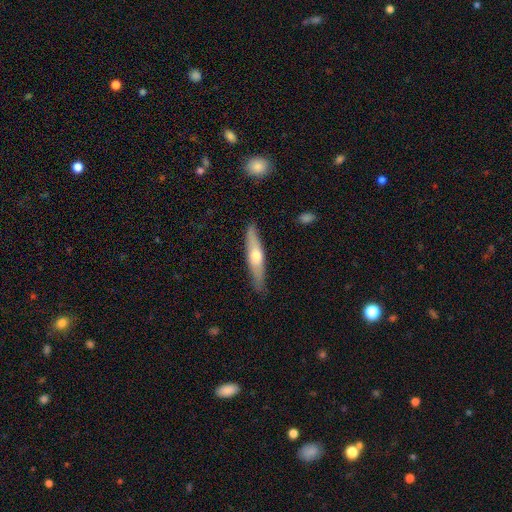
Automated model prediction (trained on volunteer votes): This is possibly a featured or disk galaxy (52%). It is clearly viewed edge-on (92%). Merging: clearly none (86%).